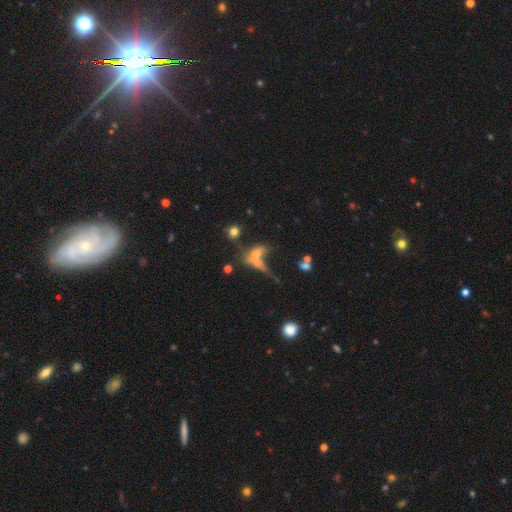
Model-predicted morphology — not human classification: Smooth or featured? Predicted: smooth (p=0.51). How rounded? Predicted: in between (p=0.54). Merging? Predicted: merger (p=0.39).